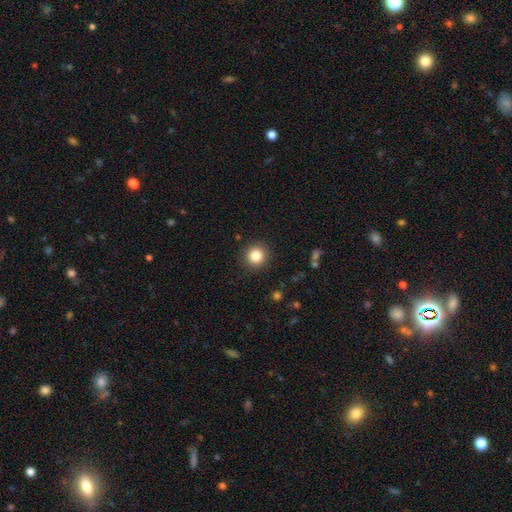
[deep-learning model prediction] Smooth or featured? Predicted: smooth (p=0.84). How rounded? Predicted: round (p=0.94). Merging? Predicted: none (p=0.91).